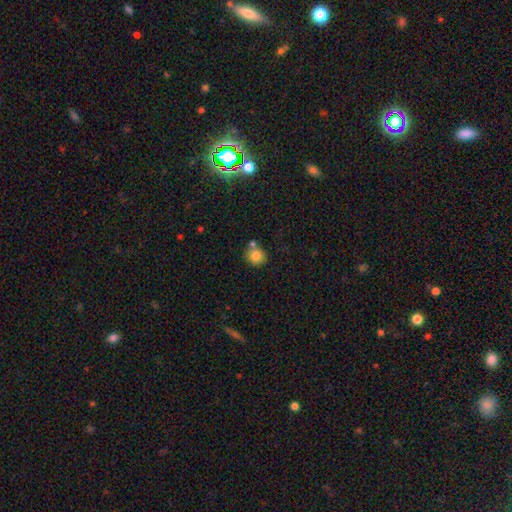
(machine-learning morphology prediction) smooth 81%, star or artifact 10%, featured or disk 8%. Down the decision tree: how rounded — round (87%); merging — none (65%).